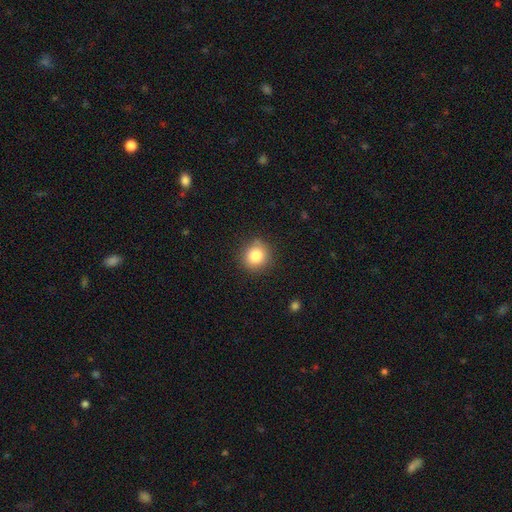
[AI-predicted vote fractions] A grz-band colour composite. It shows a smooth galaxy with no disk features (84%) that is round (87%). Merging: none (87%).